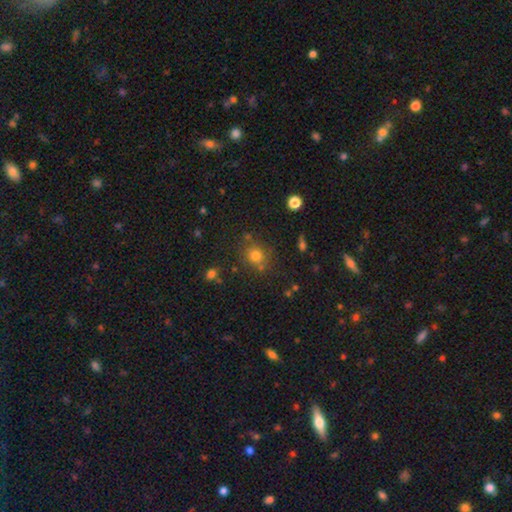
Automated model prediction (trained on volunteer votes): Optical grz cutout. It shows a smooth galaxy with no disk features (75%) that is round (84%). Merging: none (74%).